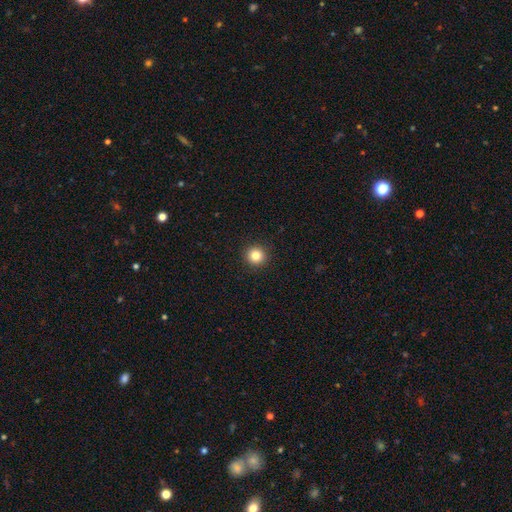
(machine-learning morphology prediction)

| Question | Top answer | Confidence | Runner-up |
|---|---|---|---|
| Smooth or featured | smooth | 83% | star or artifact (11%) |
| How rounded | round | 95% | in between (4%) |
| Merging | none | 93% | minor disturbance (4%) |